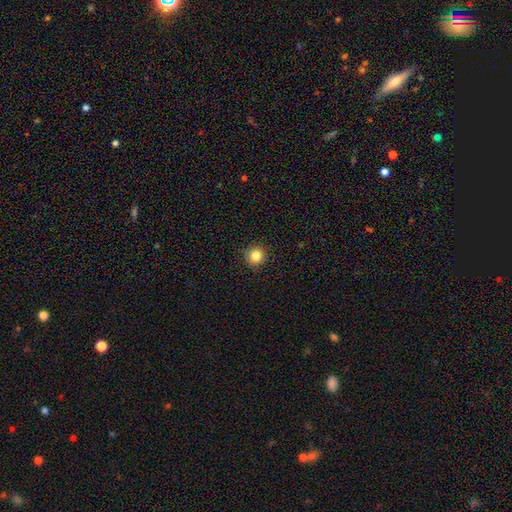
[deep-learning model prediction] Smooth or featured?
  - smooth: 84% *
  - star or artifact: 11%
  - featured or disk: 5%
How rounded?
  - round: 94% *
  - in between: 5%
  - cigar-shaped: 1%
Merging?
  - none: 91% *
  - minor disturbance: 7%
  - major disturbance: 2%
  - merger: 1%